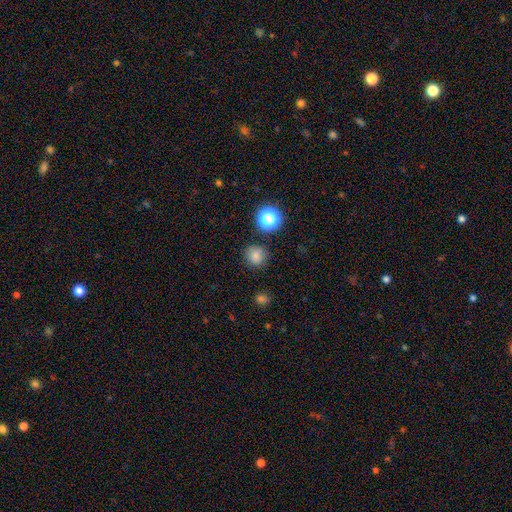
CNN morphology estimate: The model was most divided on "smooth or featured": smooth: 80%, star or artifact: 15%, featured or disk: 5%. More confident: how rounded — round (91%); merging — none (85%).